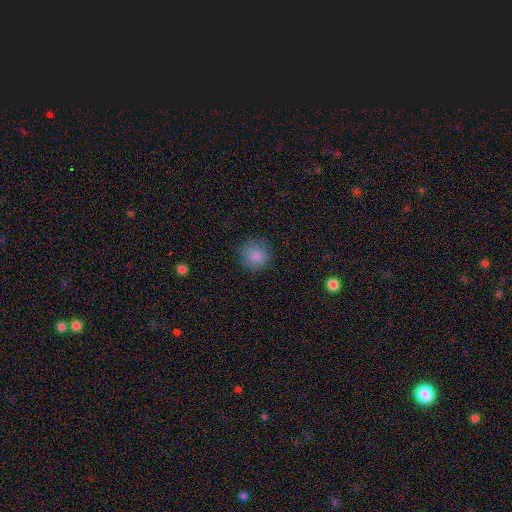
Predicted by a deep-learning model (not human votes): Q: Smooth or featured?
A: smooth (85%); runner-up: star or artifact (10%)
Q: How rounded?
A: round (92%); runner-up: in between (7%)
Q: Merging?
A: none (85%); runner-up: minor disturbance (10%)